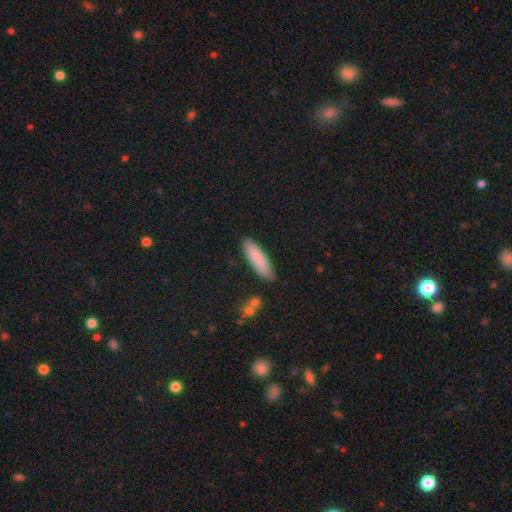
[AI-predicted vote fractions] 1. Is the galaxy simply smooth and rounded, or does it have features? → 85% smooth, 9% featured or disk, 6% star or artifact.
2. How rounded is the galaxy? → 60% cigar-shaped, 38% in between, 1% round.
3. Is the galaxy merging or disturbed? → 86% none, 10% minor disturbance, 2% major disturbance, 2% merger.